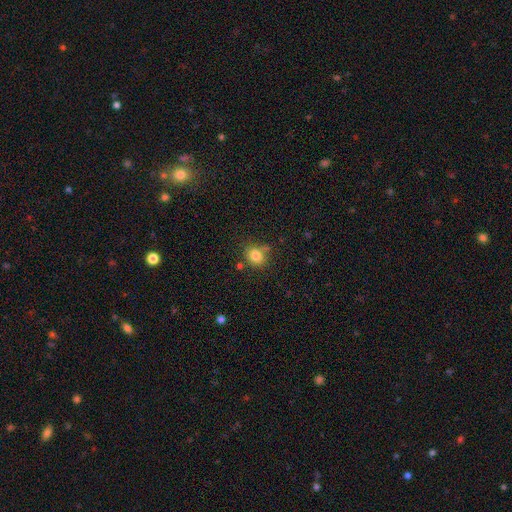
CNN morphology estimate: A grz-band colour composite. It shows a smooth galaxy with no disk features (81%) that is round (73%). Merging: none (71%).